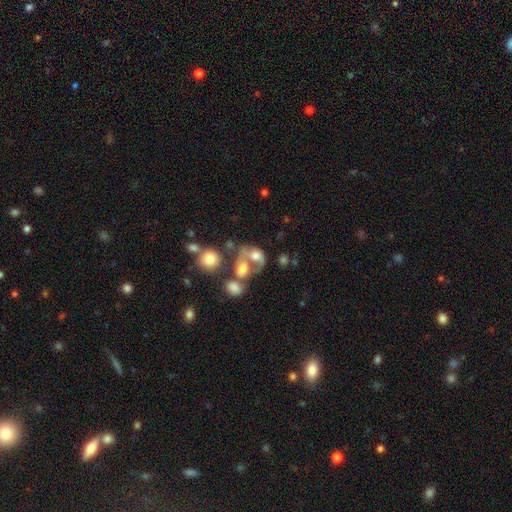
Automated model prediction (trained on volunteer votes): smooth_or_featured: smooth (p=0.52) [alt: featured or disk p=0.36]
how_rounded: in between (p=0.59) [alt: round p=0.39]
merging: merger (p=0.53) [alt: none p=0.19]